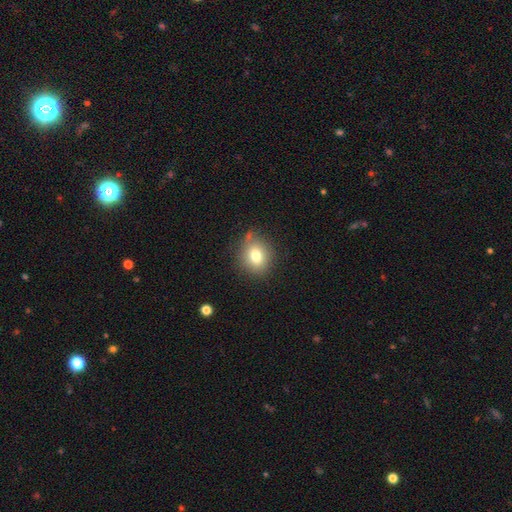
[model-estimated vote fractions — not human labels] A smooth galaxy with no disk features (77%) that is round (65%).

Vote fractions:
- Smooth or featured? smooth: 77% / featured or disk: 12% / star or artifact: 11%
- How rounded? round: 65% / in between: 34% / cigar-shaped: 1%
- Merging? none: 77% / minor disturbance: 16% / major disturbance: 4% / merger: 3%